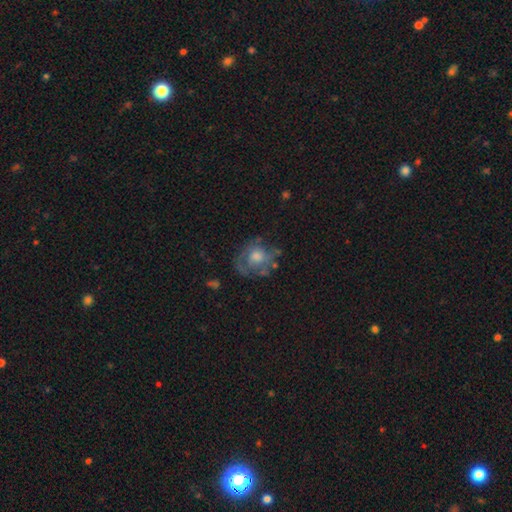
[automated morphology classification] A featured or disk galaxy (52%) with no bar (85%), no spiral arms (57%) and a moderate central bulge (51%). Merging: none (56%).